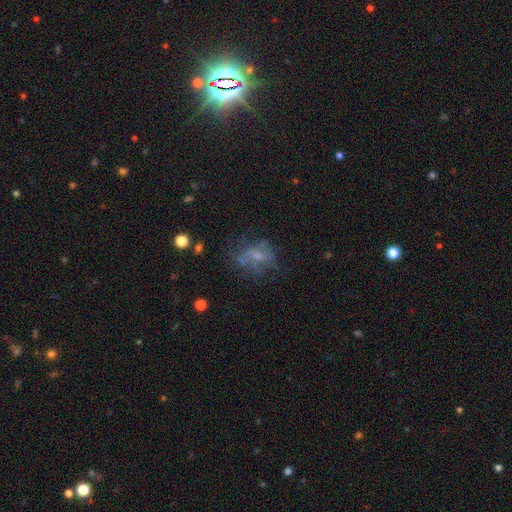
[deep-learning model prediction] Q: Smooth or featured?
A: featured or disk (44%); runner-up: smooth (38%)
Q: Merging?
A: none (44%); runner-up: major disturbance (29%)